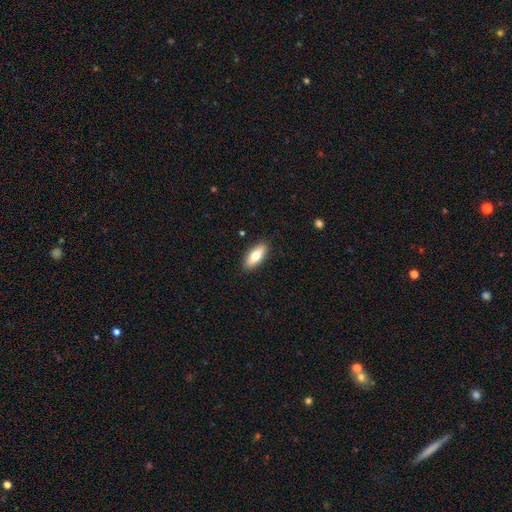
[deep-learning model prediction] The model was most divided on "smooth or featured": smooth: 73%, featured or disk: 21%, star or artifact: 6%. More confident: merging — none (90%); how rounded — in between (75%).